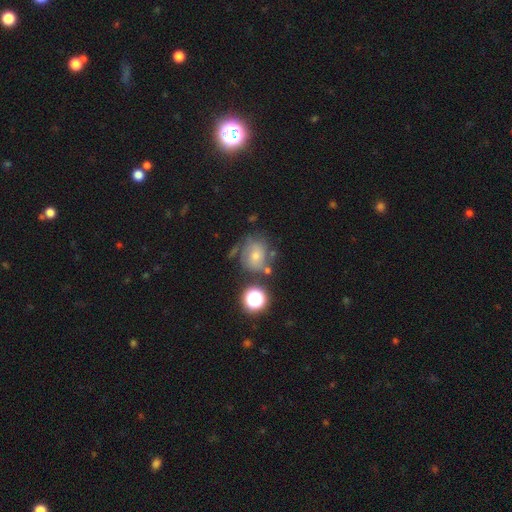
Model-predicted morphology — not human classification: smooth_or_featured: featured or disk (p=0.43) [alt: smooth p=0.35]
merging: none (p=0.57) [alt: minor disturbance p=0.20]